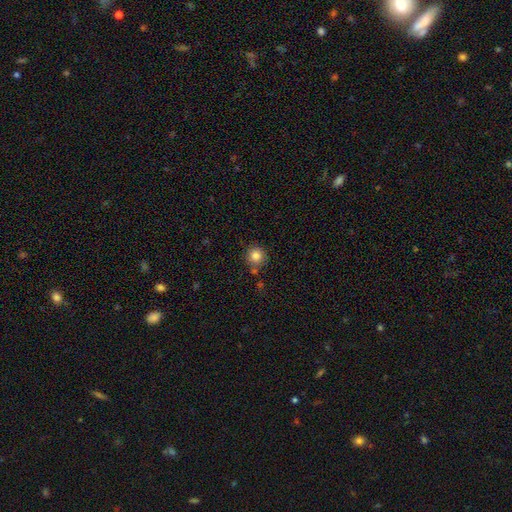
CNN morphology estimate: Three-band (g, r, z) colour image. It shows a smooth galaxy with no disk features (84%) that is round (93%). Merging: none (78%).